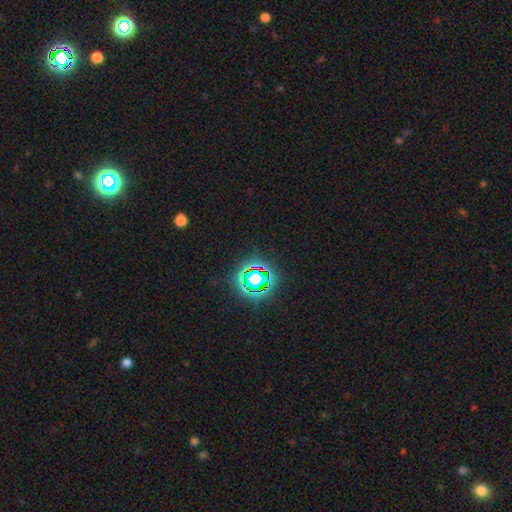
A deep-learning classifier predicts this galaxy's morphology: Overall: star or artifact (80%).